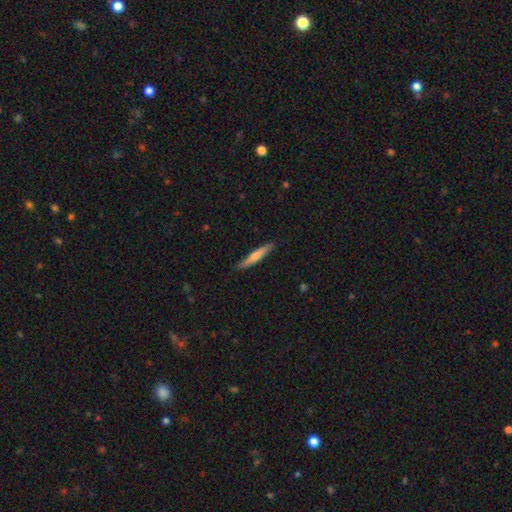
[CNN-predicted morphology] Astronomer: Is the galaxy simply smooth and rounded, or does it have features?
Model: smooth — 61%.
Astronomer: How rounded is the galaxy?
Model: cigar-shaped — 93%.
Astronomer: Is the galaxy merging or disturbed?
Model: none — 87%.